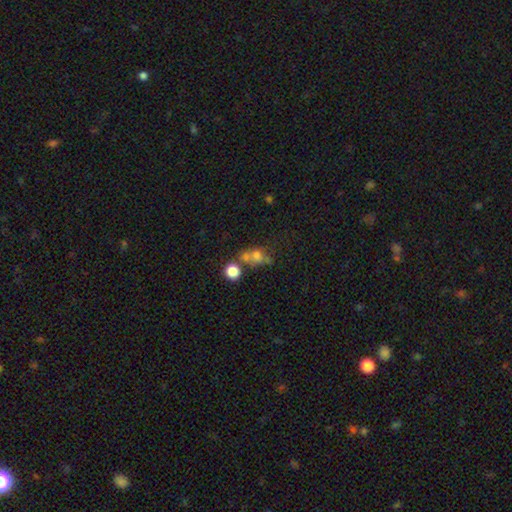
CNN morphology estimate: Overall: smooth (59%; featured or disk 21%). How rounded: round (61%; in between 36%). Merging: merger (41%; none 36%).